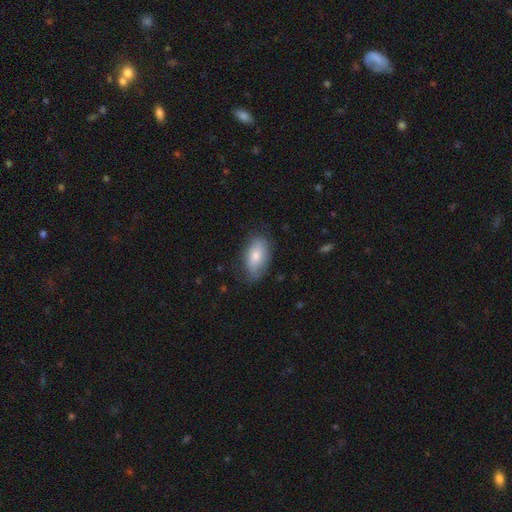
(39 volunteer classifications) smooth-or-featured: smooth: 82% | featured or disk: 15% | star or artifact: 3%
  how-rounded: in between: 91% | round: 6% | cigar-shaped: 3%
  merging: none: 66% | minor disturbance: 21% | major disturbance: 11% | merger: 3%